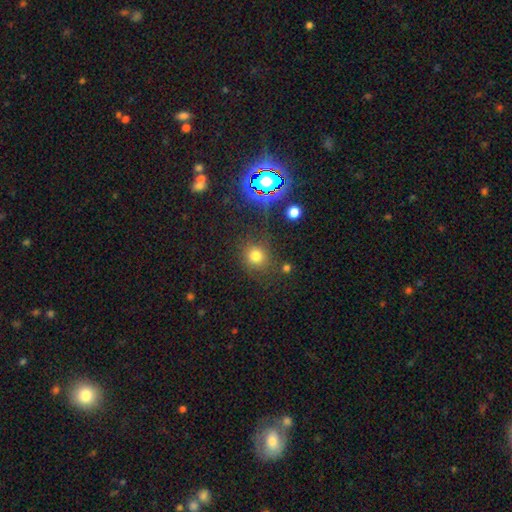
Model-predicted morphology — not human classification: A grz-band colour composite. It shows a smooth galaxy with no disk features (71%) that is round (86%). Merging: none (81%).